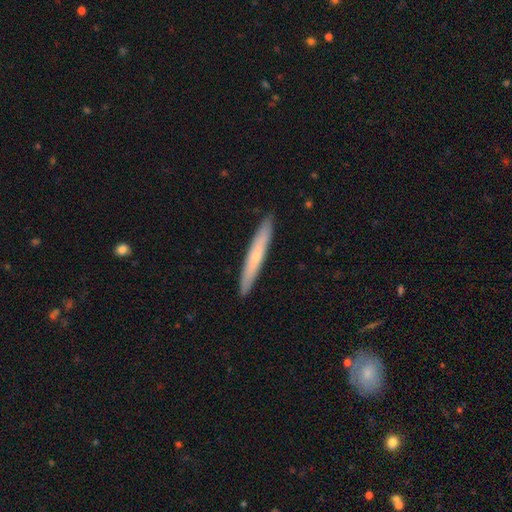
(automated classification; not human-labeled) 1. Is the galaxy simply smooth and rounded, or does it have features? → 54% smooth, 41% featured or disk, 6% star or artifact.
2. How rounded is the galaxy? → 96% cigar-shaped, 3% in between, 1% round.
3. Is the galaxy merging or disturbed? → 92% none, 6% minor disturbance, 1% major disturbance, 1% merger.